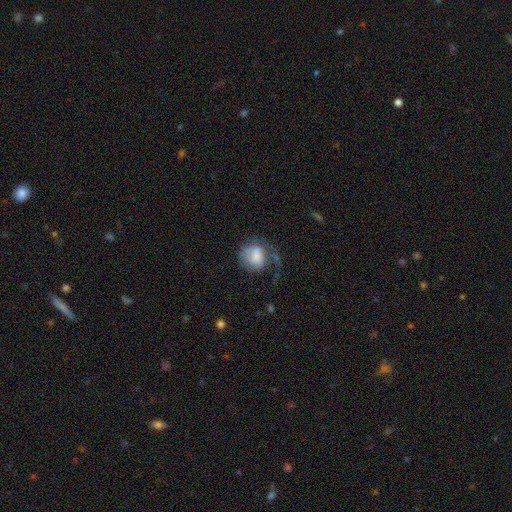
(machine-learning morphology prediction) This appears to be a smooth galaxy with no disk features (50%). Merging: major disturbance (45%).